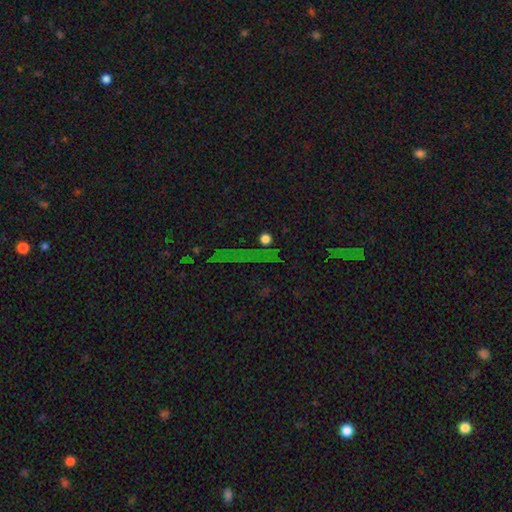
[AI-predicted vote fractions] A star or artifact, not a galaxy (67%).

Vote fractions:
- Smooth or featured? star or artifact: 67% / smooth: 19% / featured or disk: 14%